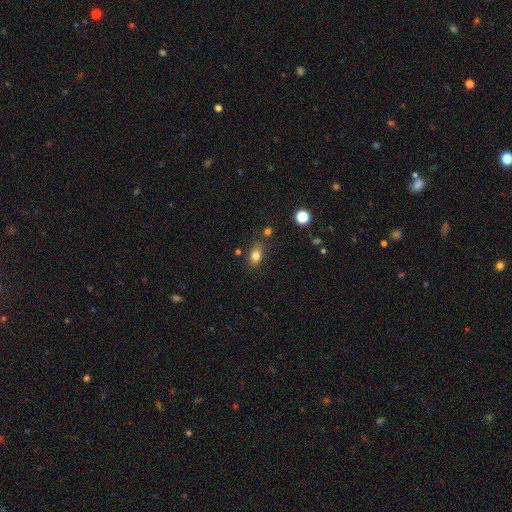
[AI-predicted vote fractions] Smooth or featured? smooth (79%)
How rounded? in between (83%)
Merging? none (76%)